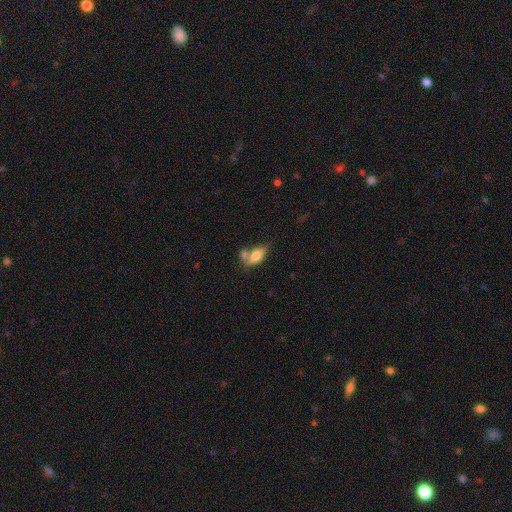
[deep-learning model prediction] Smooth or featured?
  - smooth: 72% *
  - featured or disk: 21%
  - star or artifact: 7%
How rounded?
  - in between: 78% *
  - cigar-shaped: 18%
  - round: 4%
Merging?
  - none: 44% *
  - merger: 34%
  - minor disturbance: 16%
  - major disturbance: 6%